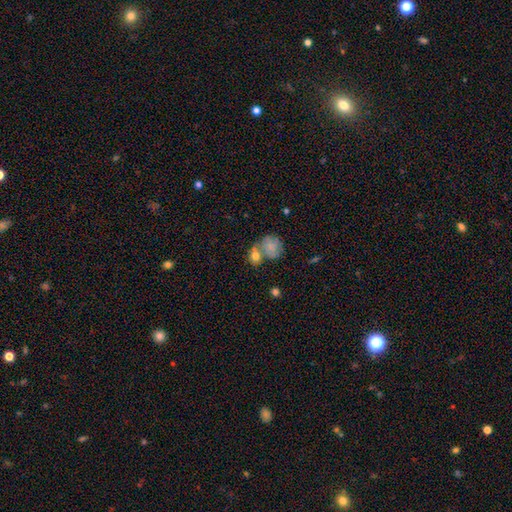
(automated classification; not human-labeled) Smooth or featured: smooth — 76% (featured or disk — 14%)
How rounded: round — 60% (in between — 38%)
Merging: merger — 48% (none — 35%)